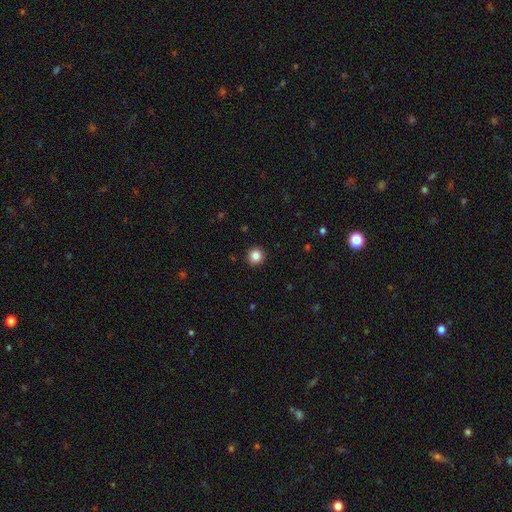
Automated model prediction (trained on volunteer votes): The model was most divided on "smooth or featured": smooth: 85%, star or artifact: 11%, featured or disk: 5%. More confident: how rounded — round (94%); merging — none (93%).